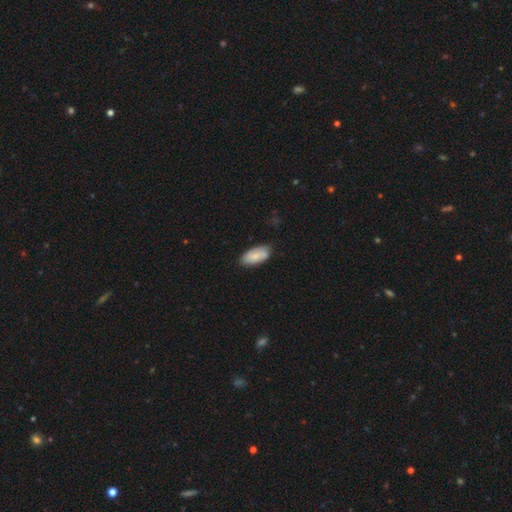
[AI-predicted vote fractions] Morphology: type=smooth (68%); roundness=in between (91%); merging=none (71%).